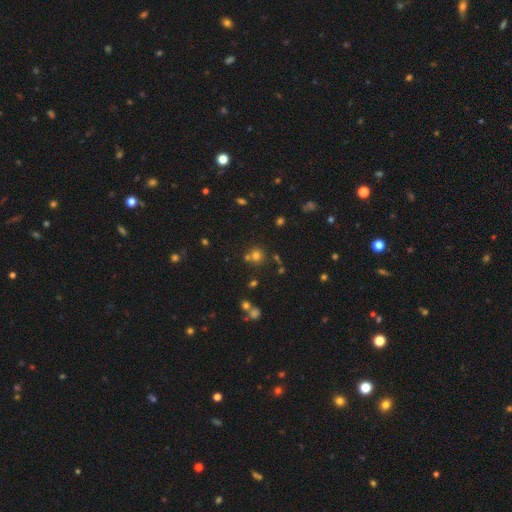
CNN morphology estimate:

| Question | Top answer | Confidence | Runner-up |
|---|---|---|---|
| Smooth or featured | smooth | 68% | star or artifact (23%) |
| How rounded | round | 90% | in between (9%) |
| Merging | none | 69% | merger (19%) |